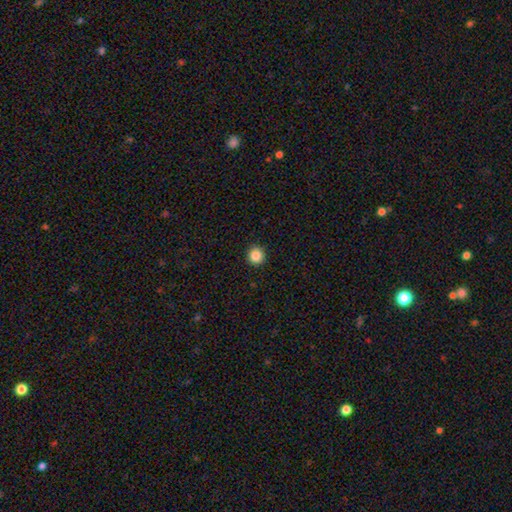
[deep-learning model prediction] smooth_or_featured: smooth (p=0.86) [alt: star or artifact p=0.11]
how_rounded: round (p=0.94) [alt: in between p=0.05]
merging: none (p=0.93) [alt: minor disturbance p=0.05]